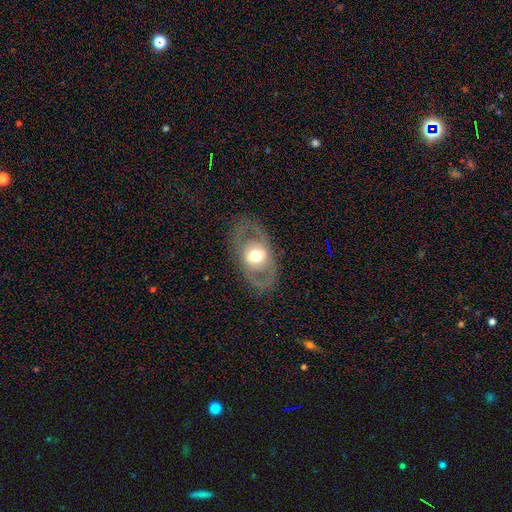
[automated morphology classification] A featured or disk galaxy (62%) with no bar (62%), no spiral arms (71%) and a moderate central bulge (59%).

Vote fractions:
- Smooth or featured? featured or disk: 62% / smooth: 31% / star or artifact: 6%
- Edge-on disk? no: 89% / yes: 11%
- Bar? no: 62% / weak: 25% / strong: 12%
- Spiral arms? no: 71% / yes: 29%
- Bulge size? moderate: 59% / large: 31% / small: 6% / dominant: 3% / none: 1%
- Merging? none: 78% / minor disturbance: 13% / major disturbance: 9% / merger: 1%